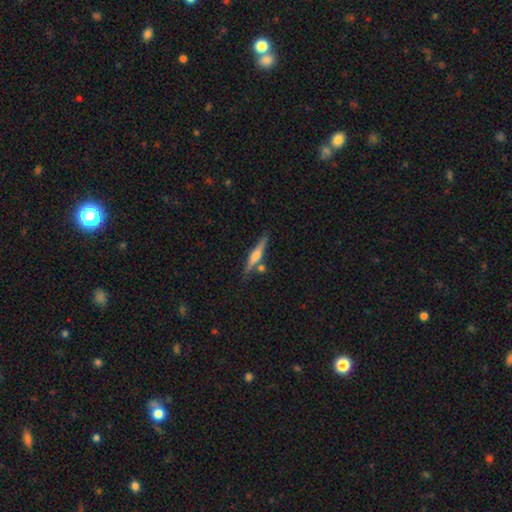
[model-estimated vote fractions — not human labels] Smooth or featured: featured or disk — 57% (smooth — 36%)
Edge-on disk: yes — 96% (no — 4%)
Edge-on bulge: rounded — 76% (boxy — 12%)
Merging: none — 77% (minor disturbance — 11%)